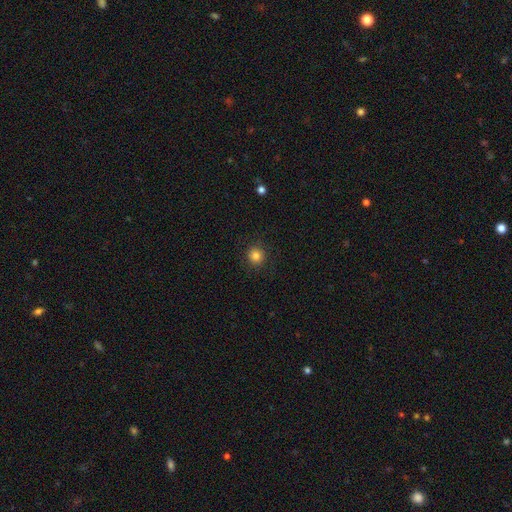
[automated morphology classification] A smooth galaxy with no disk features (82%) that is round (94%).

Vote fractions:
- Smooth or featured? smooth: 82% / star or artifact: 12% / featured or disk: 6%
- How rounded? round: 94% / in between: 5% / cigar-shaped: 1%
- Merging? none: 91% / minor disturbance: 6% / major disturbance: 2% / merger: 1%